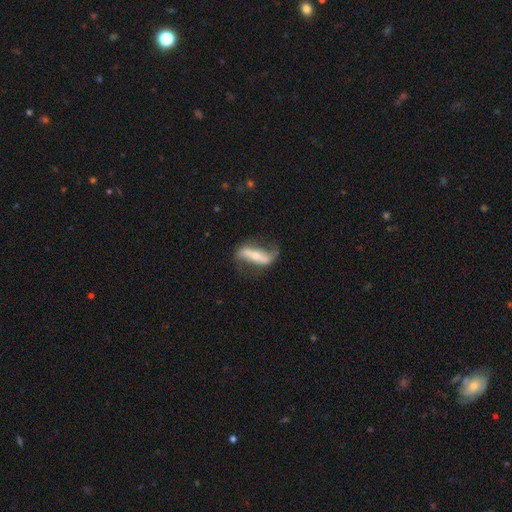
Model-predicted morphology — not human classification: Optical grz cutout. It shows a featured or disk galaxy (75%) with a strong bar (65%), spiral arms (84%) and a small central bulge (54%). Merging: none (64%).